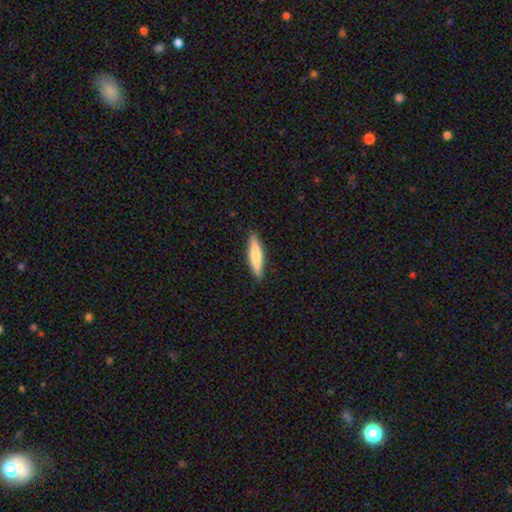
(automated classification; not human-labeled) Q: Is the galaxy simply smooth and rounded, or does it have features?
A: smooth — 66%.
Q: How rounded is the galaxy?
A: cigar-shaped — 81%.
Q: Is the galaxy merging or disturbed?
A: none — 90%.